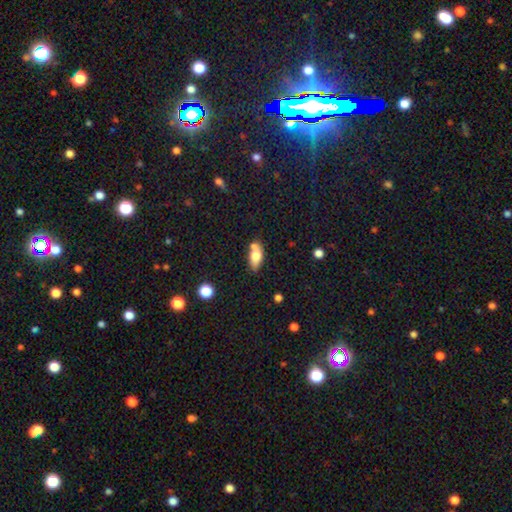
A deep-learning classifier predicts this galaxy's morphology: Smooth or featured? smooth (71%)
How rounded? in between (84%)
Merging? none (58%)